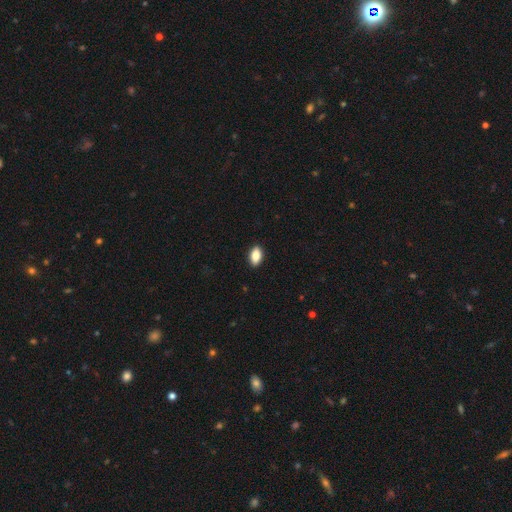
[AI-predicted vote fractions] This appears to be a smooth galaxy with no disk features (87%) that is in between round and cigar-shaped (91%). Merging: none (90%).